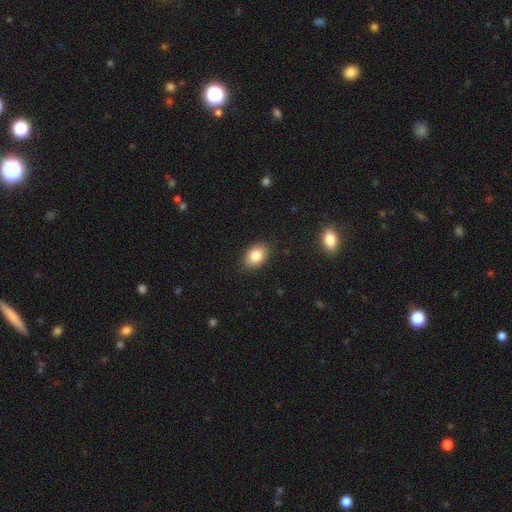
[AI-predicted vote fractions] smooth-or-featured: smooth: 84% | star or artifact: 8% | featured or disk: 8%
  how-rounded: in between: 80% | round: 19% | cigar-shaped: 1%
  merging: none: 87% | minor disturbance: 9% | major disturbance: 2% | merger: 1%